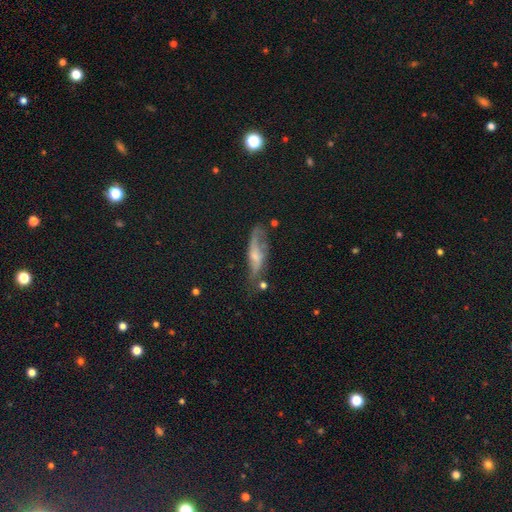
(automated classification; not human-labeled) This appears to be a featured or disk galaxy (50%). Merging: none (54%).